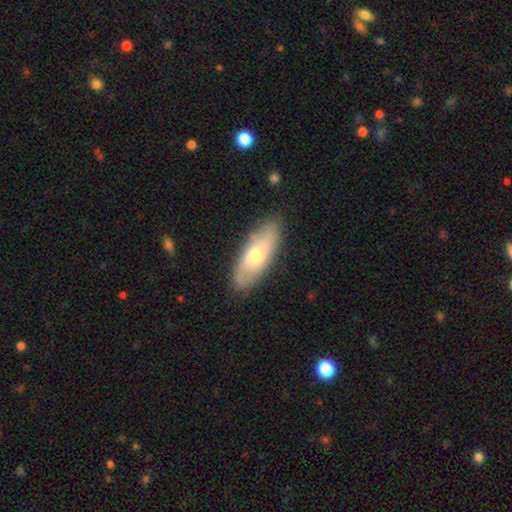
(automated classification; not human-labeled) Smooth or featured? smooth (58%)
How rounded? in between (70%)
Merging? none (84%)